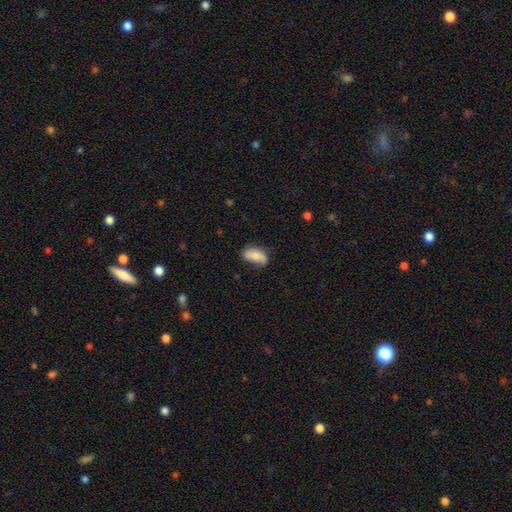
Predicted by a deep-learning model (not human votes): smooth_or_featured: smooth (p=0.69) [alt: featured or disk p=0.24]
how_rounded: in between (p=0.91) [alt: cigar-shaped p=0.05]
merging: none (p=0.55) [alt: minor disturbance p=0.33]